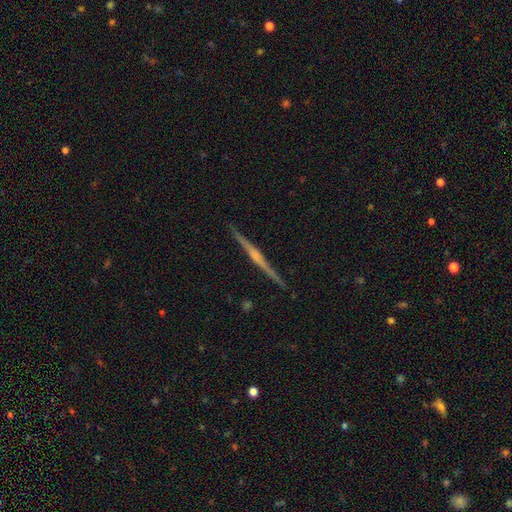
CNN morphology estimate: smooth_or_featured: featured or disk (p=0.82) [alt: smooth p=0.13]
disk_edge_on: yes (p=0.99) [alt: no p=0.01]
edge_on_bulge: rounded (p=0.64) [alt: none p=0.22]
merging: none (p=0.92) [alt: minor disturbance p=0.05]